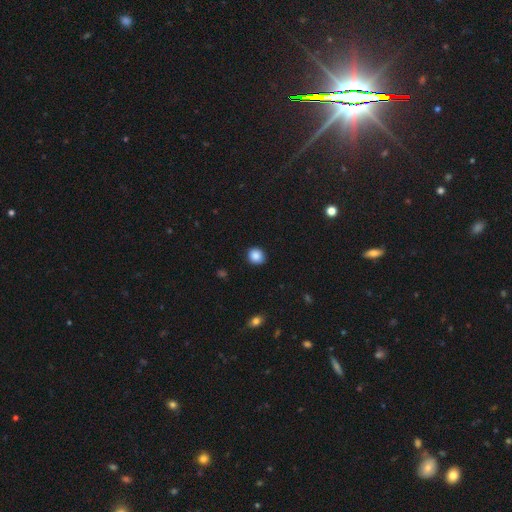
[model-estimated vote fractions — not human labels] Smooth or featured? smooth (87%)
How rounded? round (83%)
Merging? none (91%)